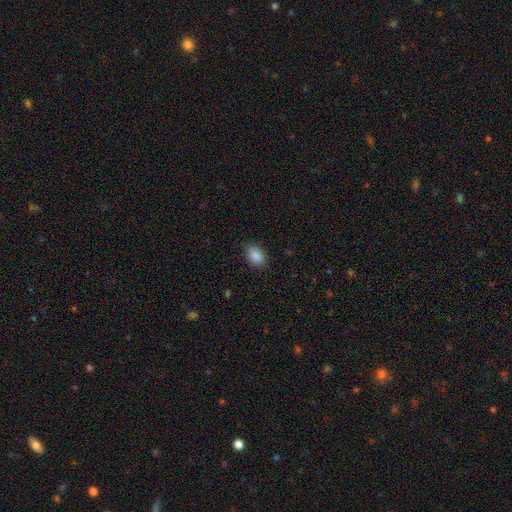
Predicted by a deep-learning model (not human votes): This appears to be a smooth galaxy with no disk features (87%) that is in between round and cigar-shaped (82%). Merging: none (84%).